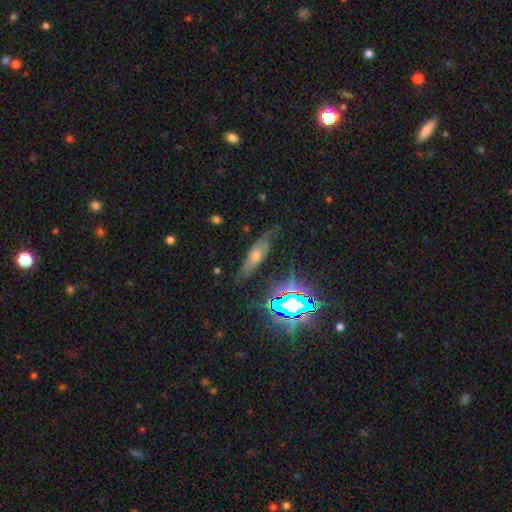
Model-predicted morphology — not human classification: This is marginally a featured or disk galaxy (40%). Merging: likely none (65%).